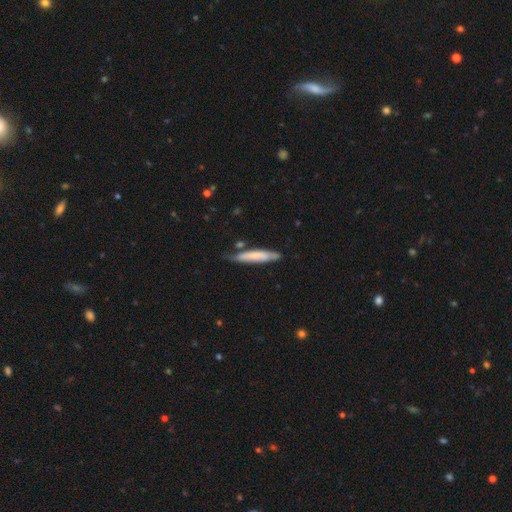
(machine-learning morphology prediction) Q: Smooth or featured?
A: smooth (62%); runner-up: featured or disk (33%)
Q: How rounded?
A: cigar-shaped (87%); runner-up: in between (12%)
Q: Merging?
A: none (62%); runner-up: minor disturbance (27%)